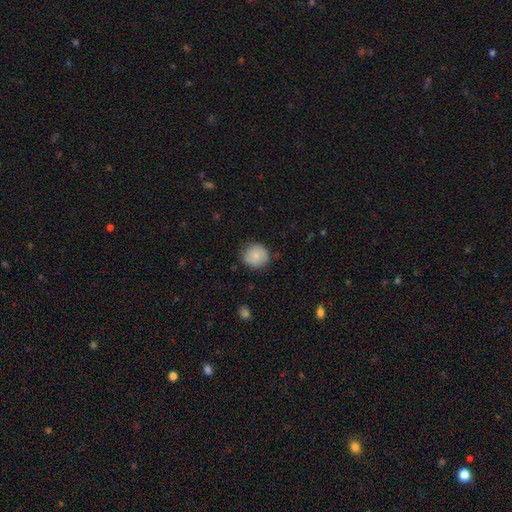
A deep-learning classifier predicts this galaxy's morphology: This is likely a smooth galaxy (80%). How rounded: clearly round (88%). Merging: likely none (80%).